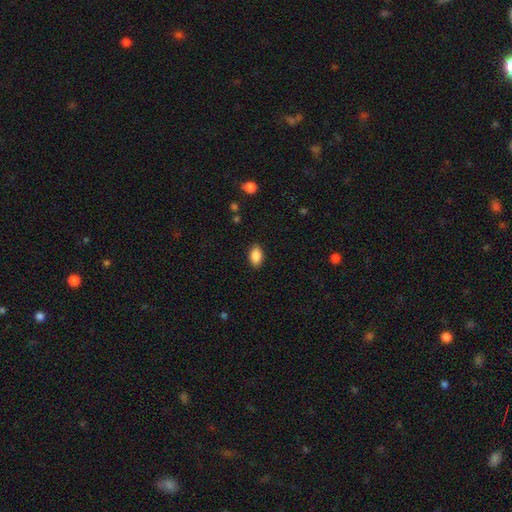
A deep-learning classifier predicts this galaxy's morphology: Smooth or featured: smooth — 88% (star or artifact — 8%)
How rounded: in between — 91% (round — 7%)
Merging: none — 88% (minor disturbance — 9%)